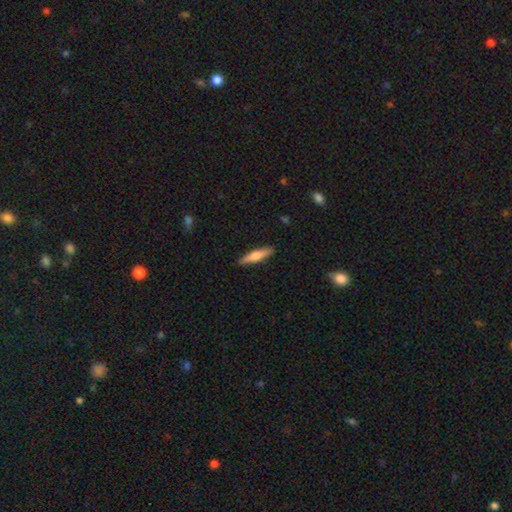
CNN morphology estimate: This is possibly a smooth galaxy (60%). How rounded: clearly cigar-shaped (81%). Merging: clearly none (90%).